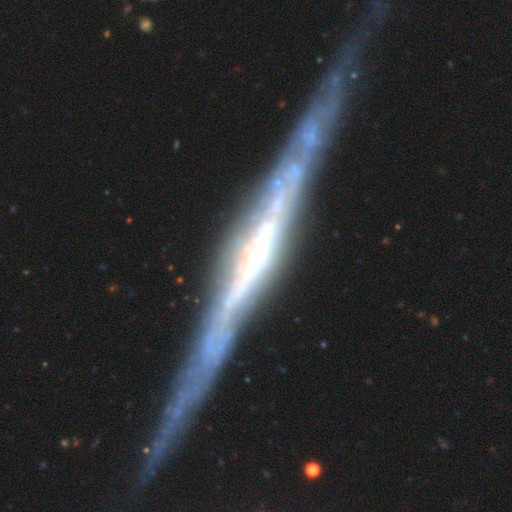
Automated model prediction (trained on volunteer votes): smooth_or_featured: featured or disk (p=0.83) [alt: smooth p=0.10]
disk_edge_on: yes (p=0.90) [alt: no p=0.10]
edge_on_bulge: none (p=0.58) [alt: rounded p=0.29]
merging: none (p=0.77) [alt: minor disturbance p=0.16]